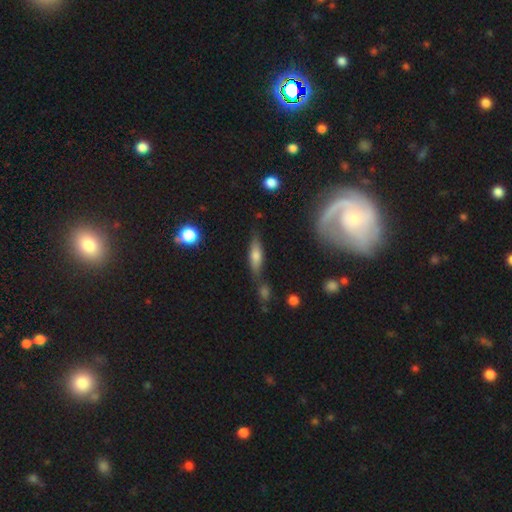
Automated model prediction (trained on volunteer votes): The model was most divided on "how rounded": cigar-shaped: 51%, in between: 45%, round: 4%. More confident: merging — none (69%); smooth or featured — smooth (61%).